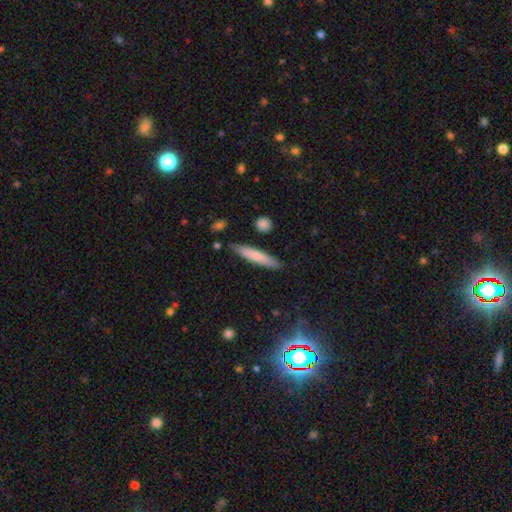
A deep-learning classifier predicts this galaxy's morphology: Smooth or featured: smooth — 73% (featured or disk — 21%)
How rounded: cigar-shaped — 90% (in between — 8%)
Merging: none — 85% (minor disturbance — 10%)